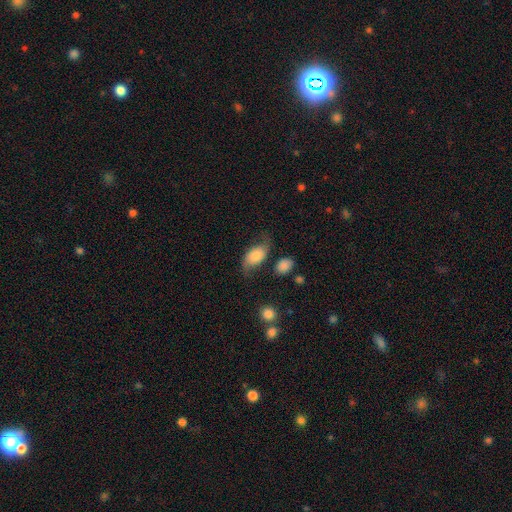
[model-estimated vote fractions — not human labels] Morphology: type=smooth (55%); roundness=in between (88%); merging=none (56%).